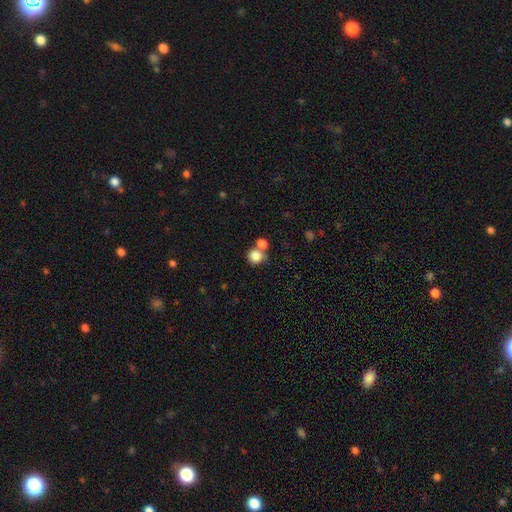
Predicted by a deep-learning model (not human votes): smooth 83%, star or artifact 10%, featured or disk 7%. Down the decision tree: how rounded — round (84%); merging — none (49%).